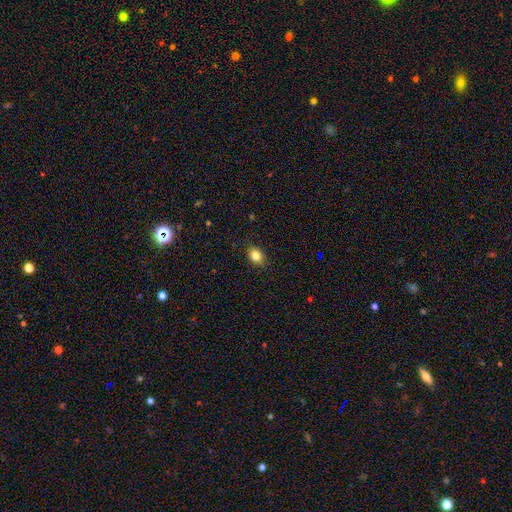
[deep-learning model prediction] The model was most divided on "how rounded": in between: 62%, round: 37%, cigar-shaped: 1%. More confident: merging — none (88%); smooth or featured — smooth (84%).